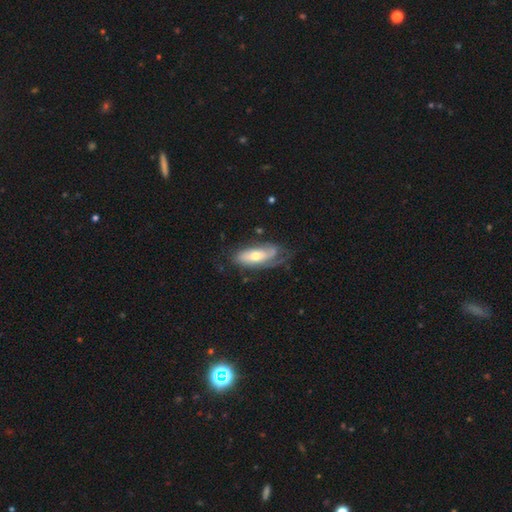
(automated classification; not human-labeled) Overall: featured or disk (56%; smooth 38%). Edge-on disk: no (78%). Merging: none (49%; minor disturbance 28%).